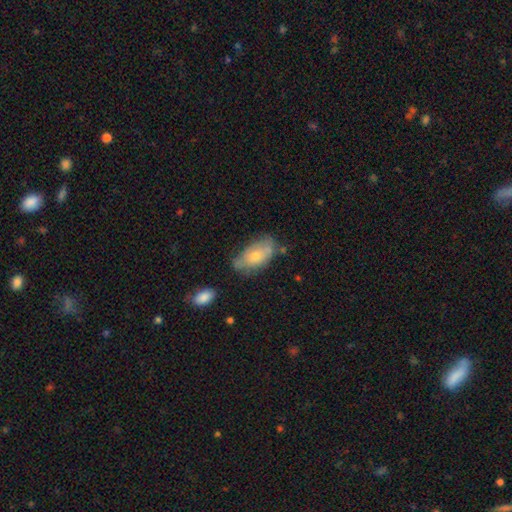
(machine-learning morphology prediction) Smooth or featured?
  - smooth: 63% *
  - featured or disk: 30%
  - star or artifact: 8%
How rounded?
  - in between: 92% *
  - round: 4%
  - cigar-shaped: 4%
Merging?
  - none: 52% *
  - minor disturbance: 32%
  - major disturbance: 9%
  - merger: 8%